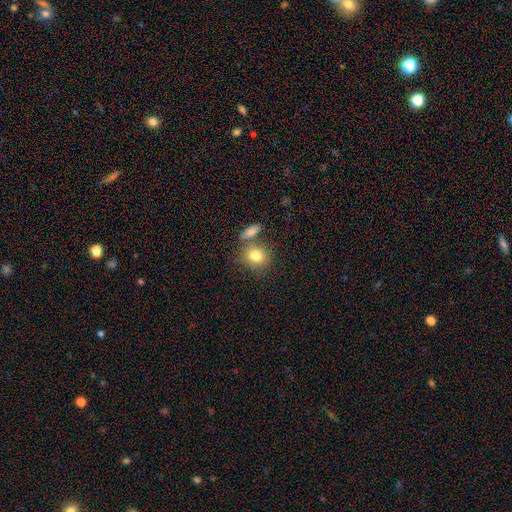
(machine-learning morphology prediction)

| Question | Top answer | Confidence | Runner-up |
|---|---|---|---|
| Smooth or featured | smooth | 80% | featured or disk (11%) |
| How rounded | round | 69% | in between (29%) |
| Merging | none | 61% | merger (23%) |